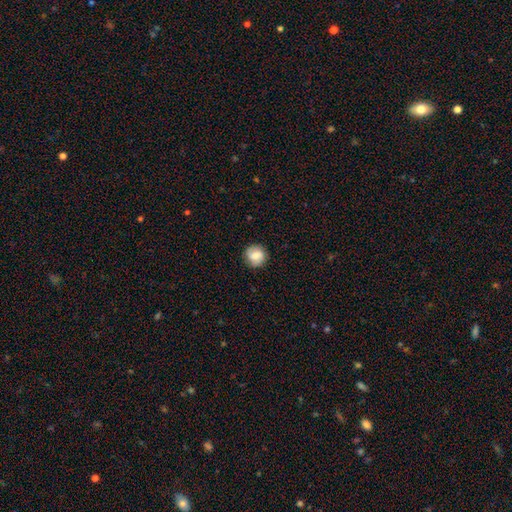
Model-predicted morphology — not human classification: Smooth or featured?
  - smooth: 74% *
  - featured or disk: 18%
  - star or artifact: 8%
How rounded?
  - round: 92% *
  - in between: 7%
  - cigar-shaped: 1%
Merging?
  - none: 87% *
  - minor disturbance: 9%
  - major disturbance: 2%
  - merger: 1%